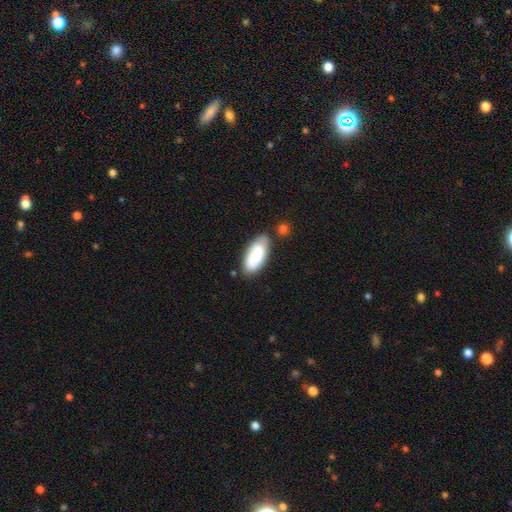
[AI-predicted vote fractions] Q: Smooth or featured?
A: smooth (69%); runner-up: featured or disk (25%)
Q: How rounded?
A: in between (89%); runner-up: cigar-shaped (9%)
Q: Merging?
A: none (70%); runner-up: minor disturbance (18%)